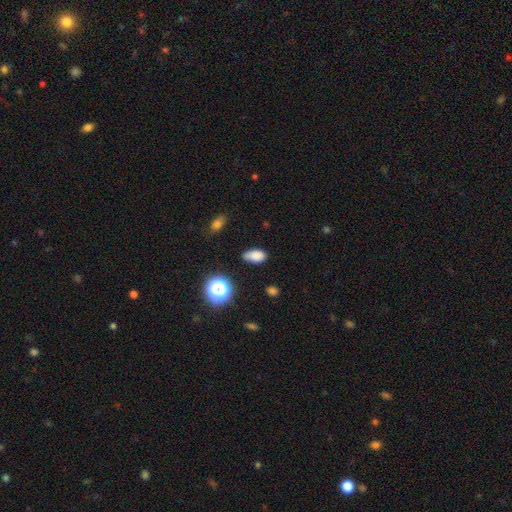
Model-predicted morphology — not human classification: The model was most divided on "merging": none: 71%, minor disturbance: 22%, major disturbance: 5%, merger: 2%. More confident: how rounded — in between (89%); smooth or featured — smooth (81%).